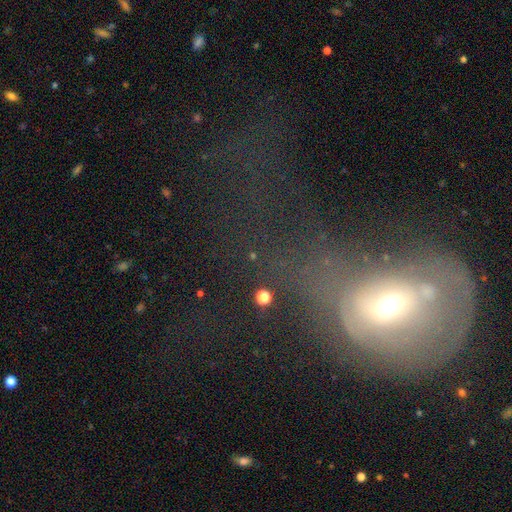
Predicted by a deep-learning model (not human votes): Smooth or featured: smooth — 41% (featured or disk — 39%)
Merging: major disturbance — 54% (none — 18%)